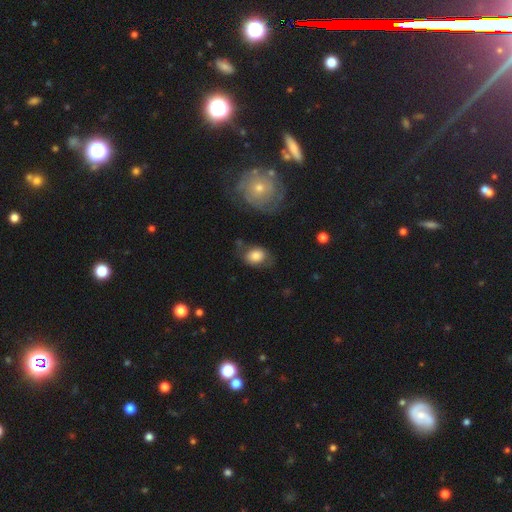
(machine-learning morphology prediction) Smooth or featured?
  - smooth: 74% *
  - featured or disk: 18%
  - star or artifact: 7%
How rounded?
  - in between: 65% *
  - round: 34%
  - cigar-shaped: 1%
Merging?
  - none: 57% *
  - minor disturbance: 26%
  - major disturbance: 12%
  - merger: 5%